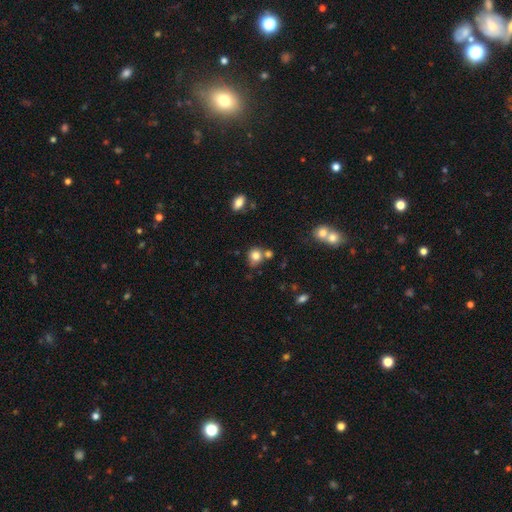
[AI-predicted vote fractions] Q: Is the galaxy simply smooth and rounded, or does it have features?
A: smooth — 81%.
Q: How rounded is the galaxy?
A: round — 74%.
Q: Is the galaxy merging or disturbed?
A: none — 58%.